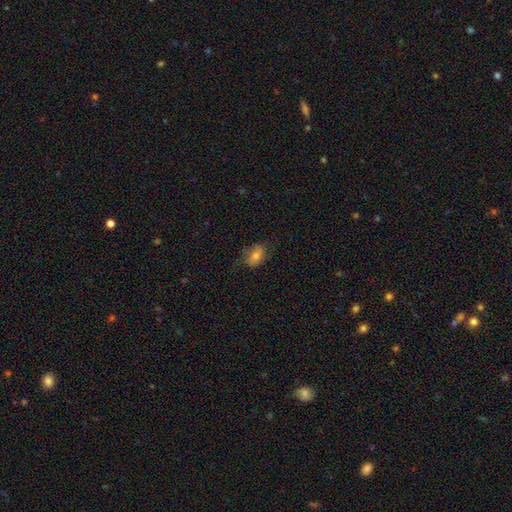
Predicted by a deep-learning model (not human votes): Smooth or featured: smooth — 70% (featured or disk — 20%)
How rounded: in between — 83% (round — 15%)
Merging: none — 66% (minor disturbance — 24%)